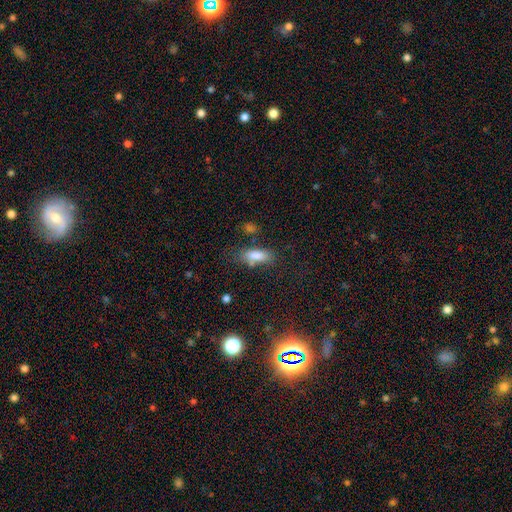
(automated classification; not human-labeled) The model was most divided on "merging": none: 65%, minor disturbance: 19%, merger: 9%, major disturbance: 7%. More confident: smooth or featured — smooth (81%); how rounded — in between (78%).